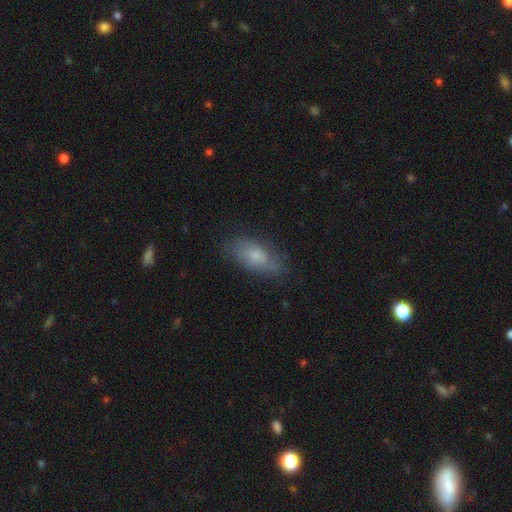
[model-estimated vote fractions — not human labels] A smooth galaxy with no disk features (66%) that is in between round and cigar-shaped (84%). Merging: none (73%).